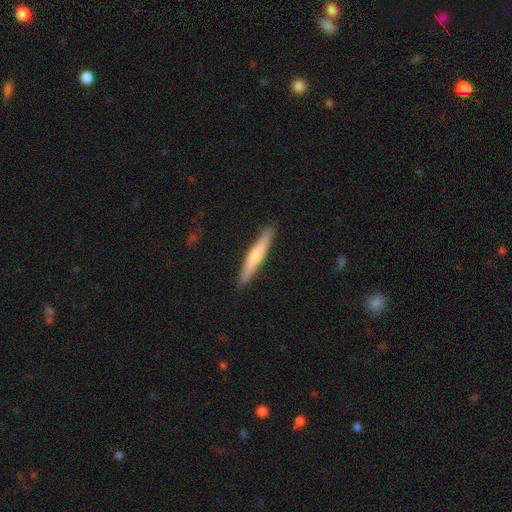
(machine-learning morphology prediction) Smooth or featured? Predicted: smooth (p=0.50). How rounded? Predicted: cigar-shaped (p=0.94). Merging? Predicted: none (p=0.91).